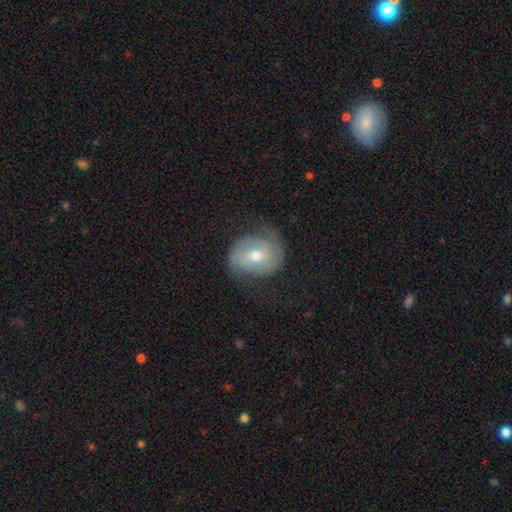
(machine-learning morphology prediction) A featured or disk galaxy (68%) with no bar (45%), 2 (77%) medium (40%) spiral arms (87%) and a moderate central bulge (60%). Merging: none (66%).